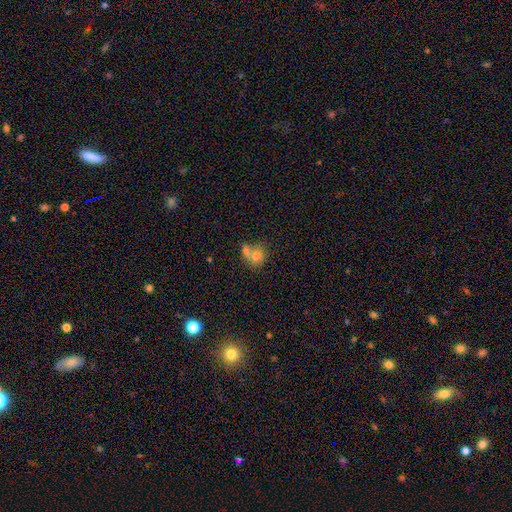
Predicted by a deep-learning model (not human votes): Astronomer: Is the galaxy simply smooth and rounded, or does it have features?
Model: smooth — 70%.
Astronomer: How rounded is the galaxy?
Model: round — 65%.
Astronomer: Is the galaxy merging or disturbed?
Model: merger — 48% (runner-up: none, 35%).